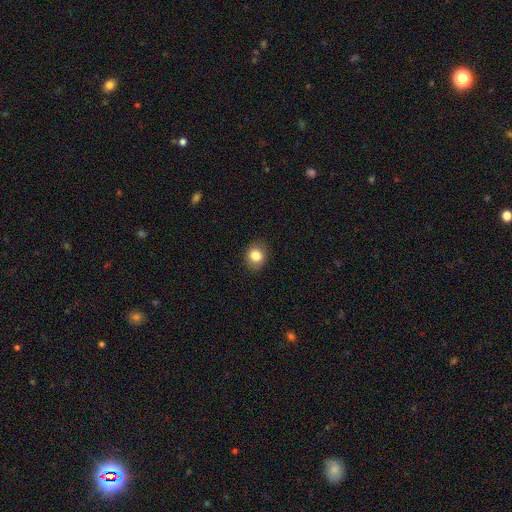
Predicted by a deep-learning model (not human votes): Smooth or featured?
  - smooth: 83% *
  - star or artifact: 10%
  - featured or disk: 7%
How rounded?
  - round: 65% *
  - in between: 34%
  - cigar-shaped: 1%
Merging?
  - none: 87% *
  - minor disturbance: 10%
  - major disturbance: 3%
  - merger: 1%